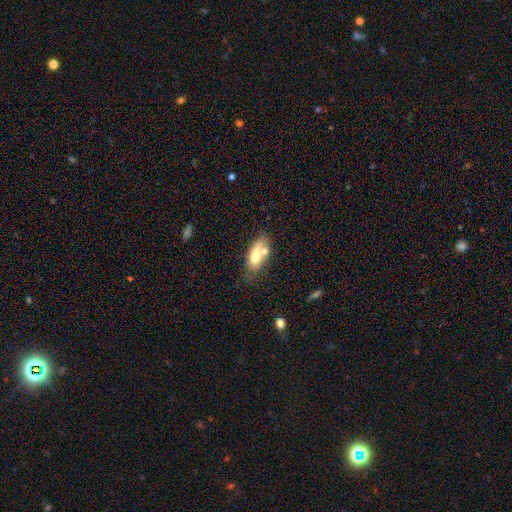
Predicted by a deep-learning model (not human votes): Smooth or featured?
  - smooth: 66% *
  - featured or disk: 26%
  - star or artifact: 7%
How rounded?
  - in between: 80% *
  - cigar-shaped: 15%
  - round: 4%
Merging?
  - none: 45% *
  - merger: 28%
  - minor disturbance: 19%
  - major disturbance: 7%